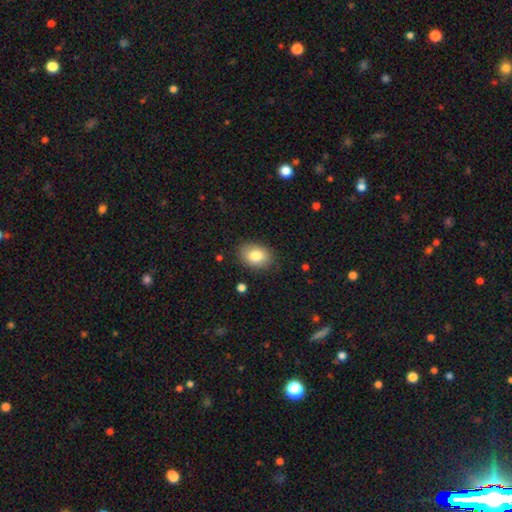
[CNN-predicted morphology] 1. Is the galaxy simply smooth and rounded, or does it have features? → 82% smooth, 10% featured or disk, 8% star or artifact.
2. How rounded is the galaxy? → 73% in between, 26% round, 1% cigar-shaped.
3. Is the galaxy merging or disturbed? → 85% none, 11% minor disturbance, 3% major disturbance, 1% merger.